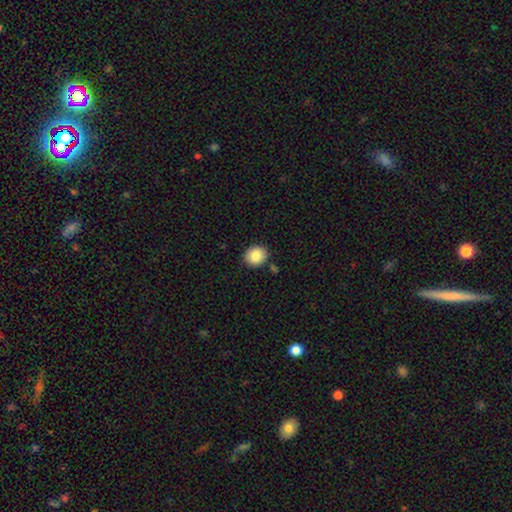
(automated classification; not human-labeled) smooth-or-featured: smooth: 85% | star or artifact: 8% | featured or disk: 7%
  how-rounded: round: 73% | in between: 26% | cigar-shaped: 1%
  merging: none: 85% | minor disturbance: 9% | merger: 3% | major disturbance: 2%